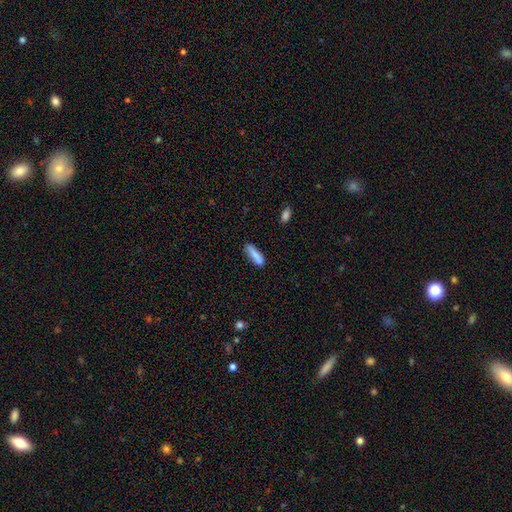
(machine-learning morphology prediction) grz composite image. It shows a smooth galaxy with no disk features (83%) that is cigar-shaped (73%). Merging: none (75%).